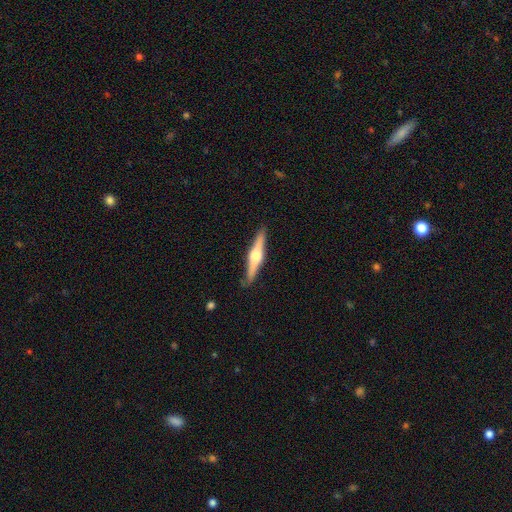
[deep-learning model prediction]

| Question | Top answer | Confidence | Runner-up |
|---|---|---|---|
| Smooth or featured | featured or disk | 73% | smooth (22%) |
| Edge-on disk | yes | 98% | no (2%) |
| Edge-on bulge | rounded | 93% | boxy (5%) |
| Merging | none | 89% | minor disturbance (8%) |